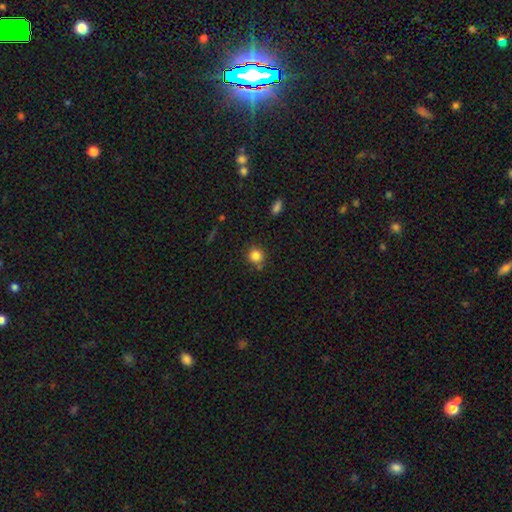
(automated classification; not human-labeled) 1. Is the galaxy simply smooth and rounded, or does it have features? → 83% smooth, 11% star or artifact, 5% featured or disk.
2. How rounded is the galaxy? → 91% round, 8% in between, 1% cigar-shaped.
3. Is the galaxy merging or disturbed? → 78% none, 11% minor disturbance, 9% merger, 3% major disturbance.